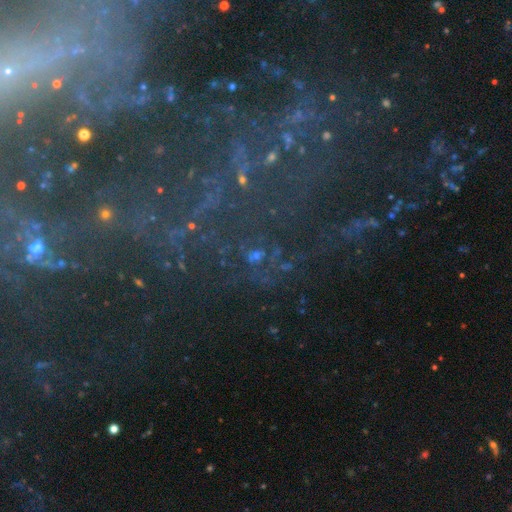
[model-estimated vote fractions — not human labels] A star or artifact, not a galaxy (74%).

Vote fractions:
- Smooth or featured? star or artifact: 74% / featured or disk: 16% / smooth: 11%